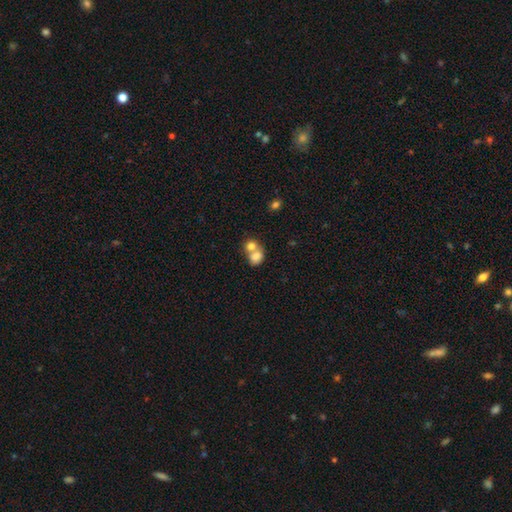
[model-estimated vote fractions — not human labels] Smooth or featured? Predicted: smooth (p=0.75). How rounded? Predicted: round (p=0.51). Merging? Predicted: merger (p=0.68).